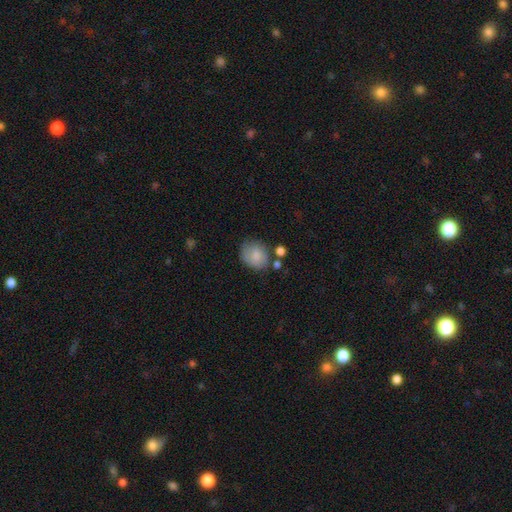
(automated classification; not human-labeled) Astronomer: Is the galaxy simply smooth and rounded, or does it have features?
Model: smooth — 80%.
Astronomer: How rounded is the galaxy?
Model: round — 57% (runner-up: in between, 42%).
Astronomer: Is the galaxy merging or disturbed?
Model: none — 63%.